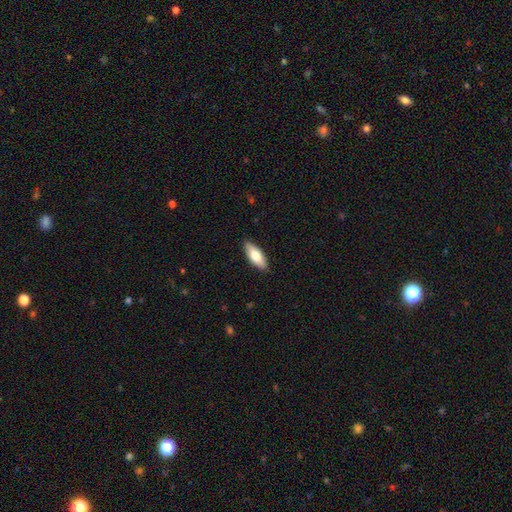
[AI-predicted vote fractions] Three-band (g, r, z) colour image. It shows a smooth galaxy with no disk features (77%) that is in between round and cigar-shaped (76%). Merging: none (88%).